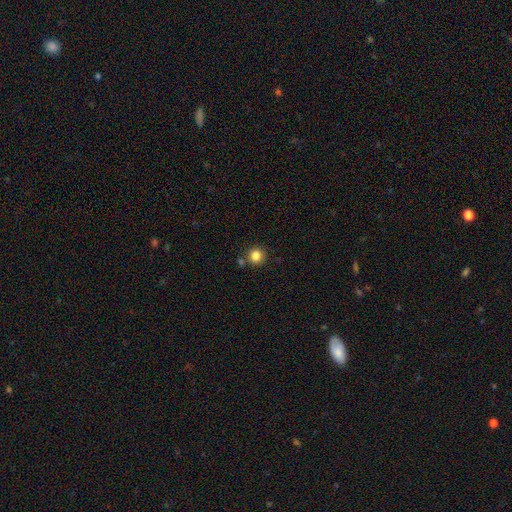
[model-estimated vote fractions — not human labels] A smooth galaxy with no disk features (83%) that is round (93%). Merging: none (82%).